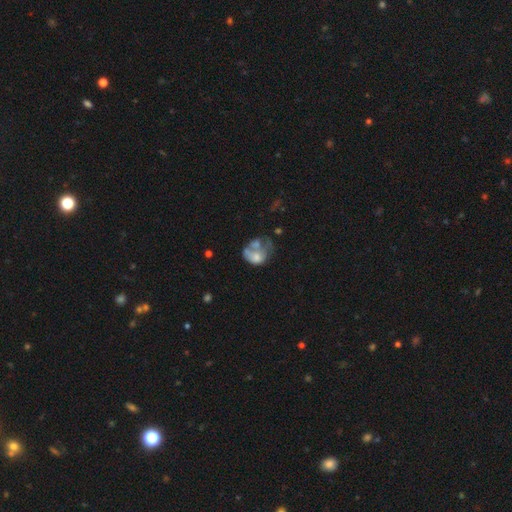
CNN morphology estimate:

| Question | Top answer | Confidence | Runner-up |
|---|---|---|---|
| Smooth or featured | smooth | 48% | featured or disk (42%) |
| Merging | merger | 34% | major disturbance (32%) |